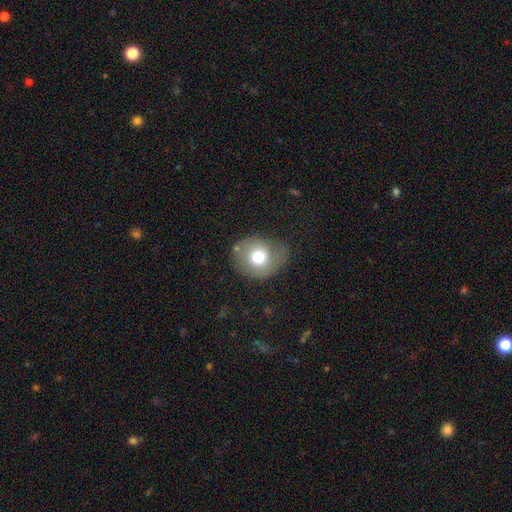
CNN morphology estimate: Smooth or featured? smooth (66%)
How rounded? round (72%)
Merging? none (57%)